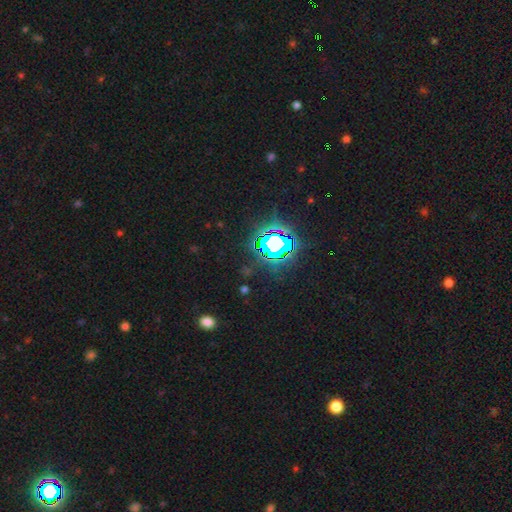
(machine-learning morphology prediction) smooth_or_featured: star or artifact (p=0.84) [alt: smooth p=0.10]